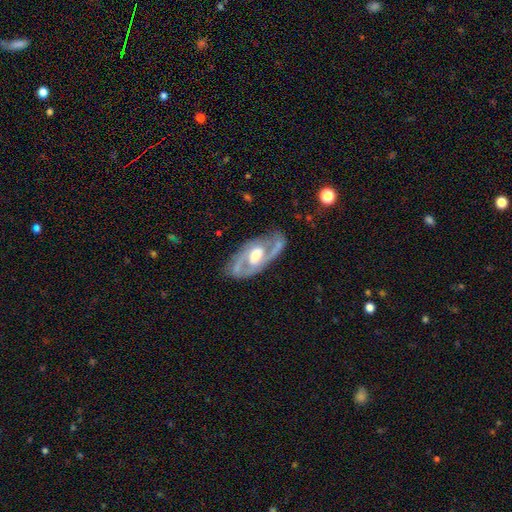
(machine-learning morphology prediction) featured or disk 85%, smooth 10%, star or artifact 4%. Down the decision tree: edge-on disk — no (93%); bar — no (47%); spiral arms — yes (89%); spiral arm count — 2 (84%); spiral winding — medium (51%); bulge size — moderate (69%); merging — none (76%).